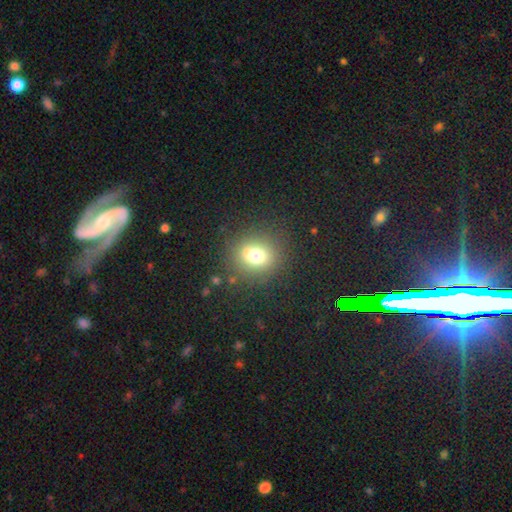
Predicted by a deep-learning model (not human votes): Smooth or featured? smooth (71%)
How rounded? round (83%)
Merging? none (81%)